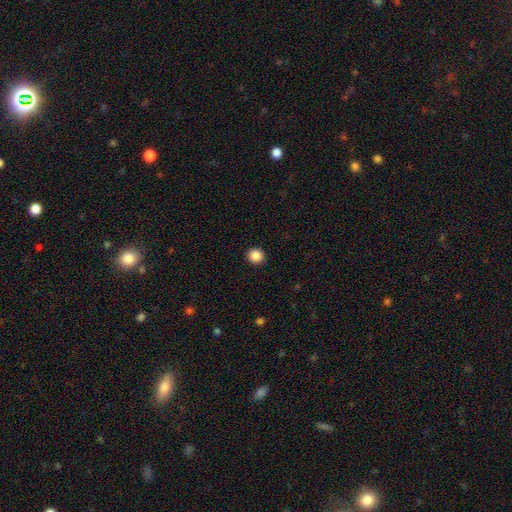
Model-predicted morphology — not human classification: Smooth or featured? Predicted: smooth (p=0.87). How rounded? Predicted: round (p=0.92). Merging? Predicted: none (p=0.93).